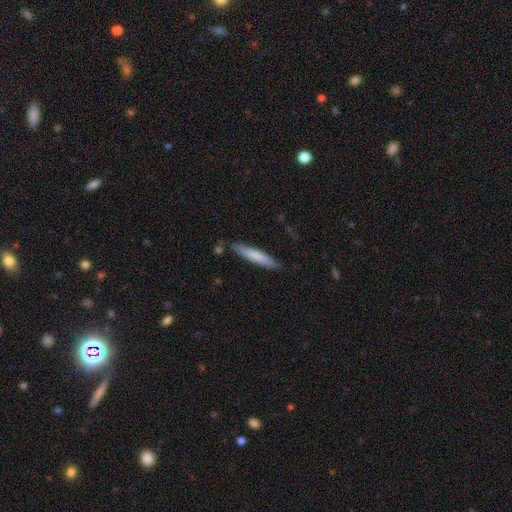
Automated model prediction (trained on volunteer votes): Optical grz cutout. It shows a smooth galaxy with no disk features (72%) that is cigar-shaped (92%). Merging: none (84%).